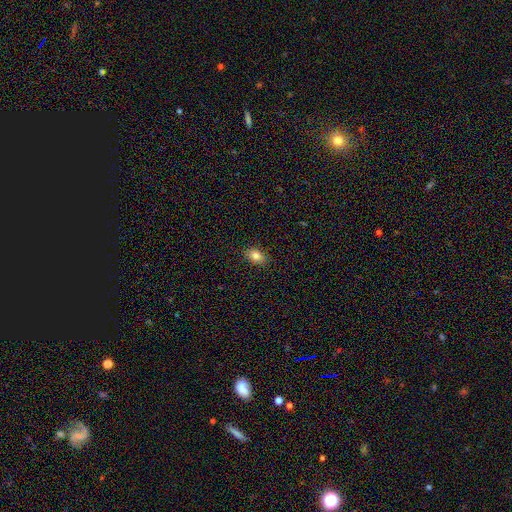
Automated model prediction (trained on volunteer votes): This appears to be a smooth galaxy with no disk features (83%) that is in between round and cigar-shaped (82%). Merging: none (88%).